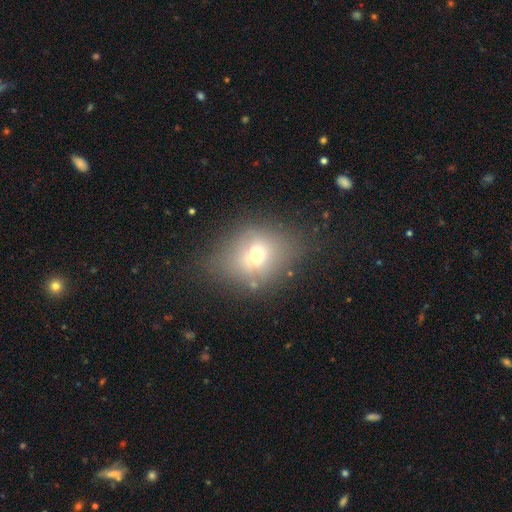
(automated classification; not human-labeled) Smooth or featured? Predicted: smooth (p=0.62). How rounded? Predicted: round (p=0.59). Merging? Predicted: none (p=0.71).